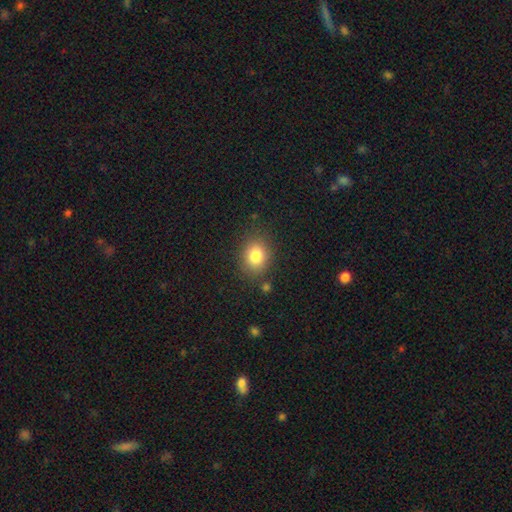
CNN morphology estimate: Smooth or featured?
  - smooth: 82% *
  - star or artifact: 10%
  - featured or disk: 7%
How rounded?
  - round: 53% *
  - in between: 46%
  - cigar-shaped: 1%
Merging?
  - none: 82% *
  - minor disturbance: 11%
  - major disturbance: 4%
  - merger: 3%